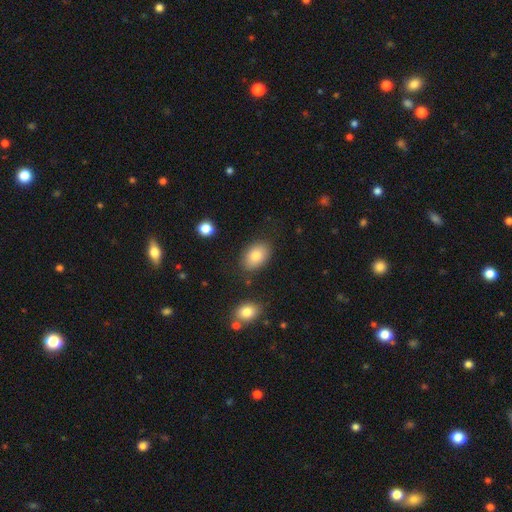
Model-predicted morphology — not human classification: A smooth galaxy with no disk features (81%) that is in between round and cigar-shaped (86%). Merging: none (82%).